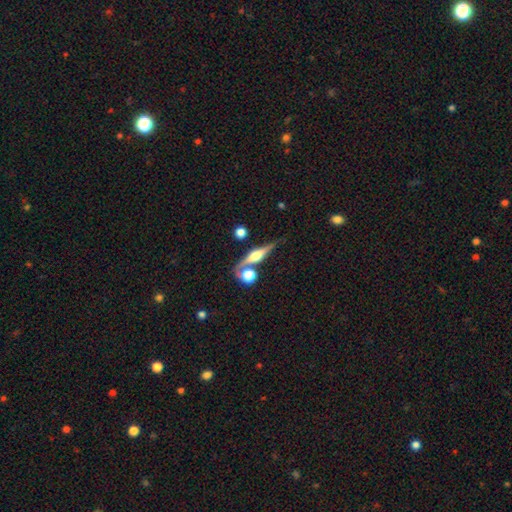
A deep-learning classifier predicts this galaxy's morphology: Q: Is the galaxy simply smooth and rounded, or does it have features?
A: featured or disk — 74%.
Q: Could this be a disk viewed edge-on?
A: yes — 95%.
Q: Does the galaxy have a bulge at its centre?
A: rounded — 92%.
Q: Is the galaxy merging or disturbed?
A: none — 70%.